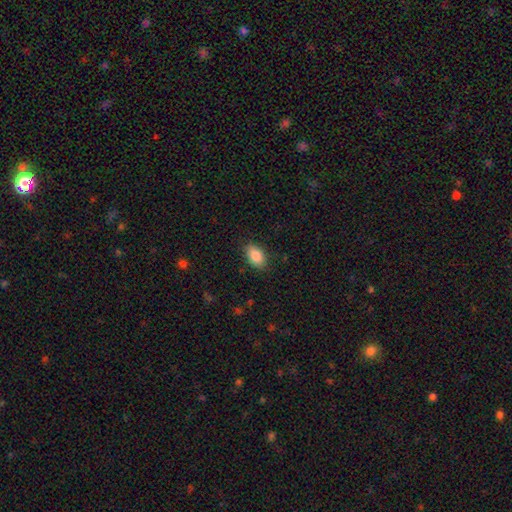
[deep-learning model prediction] This is clearly a smooth galaxy (86%). How rounded: clearly in between (90%). Merging: clearly none (85%).